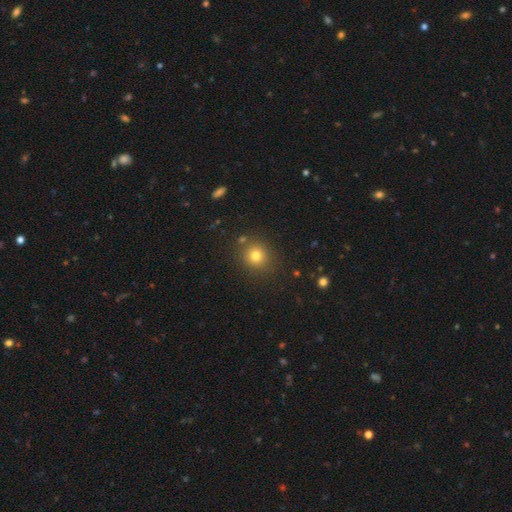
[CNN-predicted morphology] smooth_or_featured: smooth (p=0.77) [alt: star or artifact p=0.15]
how_rounded: round (p=0.86) [alt: in between p=0.13]
merging: none (p=0.83) [alt: minor disturbance p=0.09]